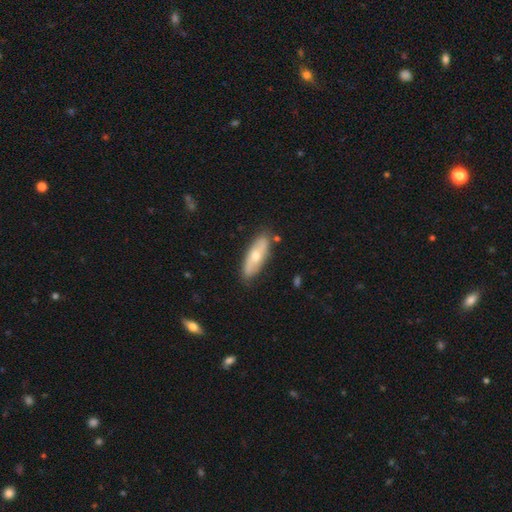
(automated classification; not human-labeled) Morphology: type=smooth (52%); roundness=in between (65%); merging=none (82%).